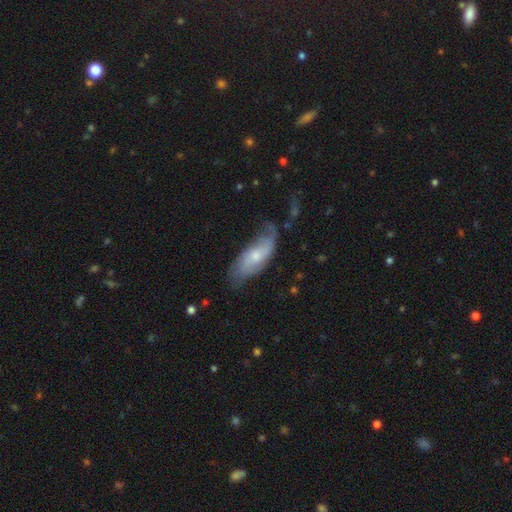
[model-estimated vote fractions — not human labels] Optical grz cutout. It shows a featured or disk galaxy (53%). Merging: none (53%).